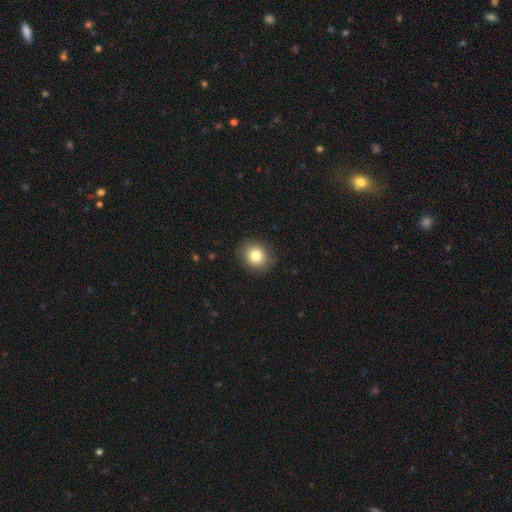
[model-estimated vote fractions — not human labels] A smooth galaxy with no disk features (81%) that is round (72%).

Vote fractions:
- Smooth or featured? smooth: 81% / star or artifact: 10% / featured or disk: 9%
- How rounded? round: 72% / in between: 27% / cigar-shaped: 1%
- Merging? none: 89% / minor disturbance: 8% / major disturbance: 2% / merger: 1%